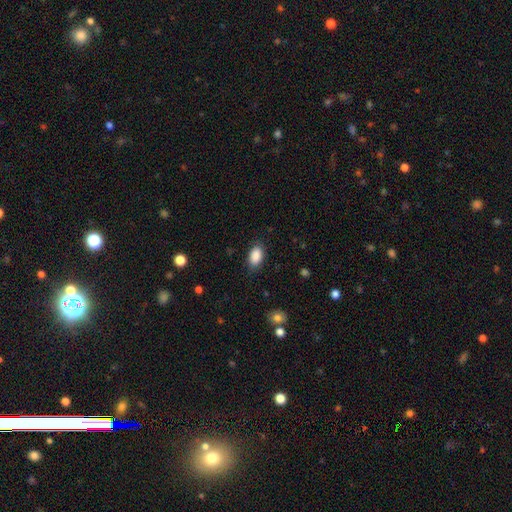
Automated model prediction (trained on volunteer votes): Smooth or featured? Predicted: smooth (p=0.89). How rounded? Predicted: in between (p=0.91). Merging? Predicted: none (p=0.84).